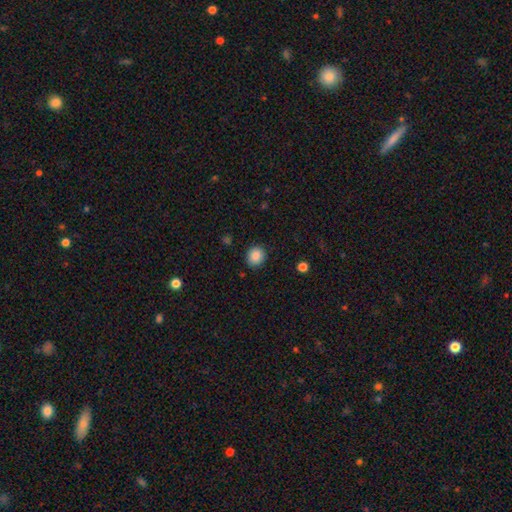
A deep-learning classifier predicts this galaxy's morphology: Smooth or featured? Predicted: smooth (p=0.88). How rounded? Predicted: round (p=0.79). Merging? Predicted: none (p=0.86).